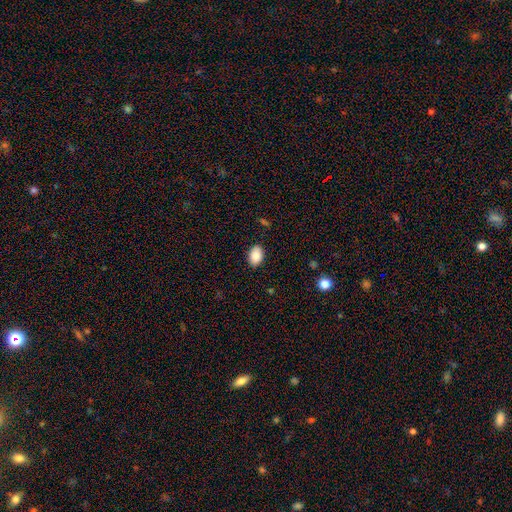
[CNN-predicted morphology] A smooth galaxy with no disk features (88%) that is in between round and cigar-shaped (86%).

Vote fractions:
- Smooth or featured? smooth: 88% / star or artifact: 7% / featured or disk: 4%
- How rounded? in between: 86% / round: 13% / cigar-shaped: 1%
- Merging? none: 87% / minor disturbance: 10% / major disturbance: 2% / merger: 1%